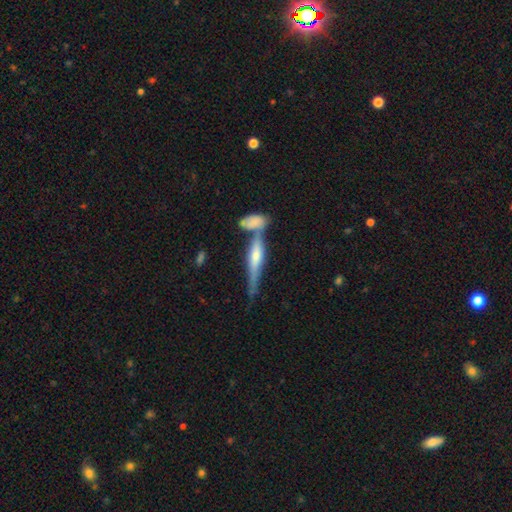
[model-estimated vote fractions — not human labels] Overall: featured or disk (71%). Edge-on disk: yes (94%). Edge-on bulge: rounded (82%). Merging: none (53%; merger 31%).